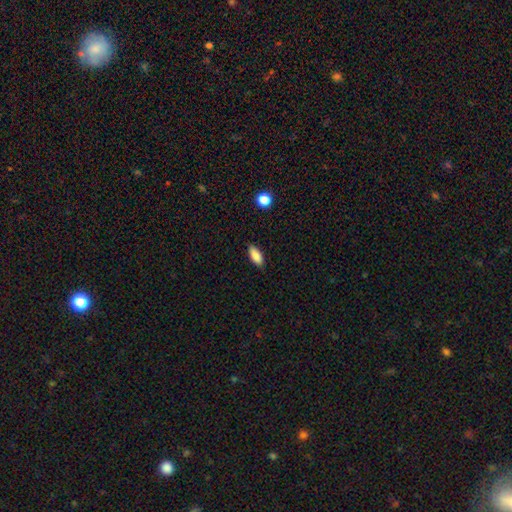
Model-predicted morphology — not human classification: A smooth galaxy with no disk features (87%) that is in between round and cigar-shaped (82%).

Vote fractions:
- Smooth or featured? smooth: 87% / star or artifact: 7% / featured or disk: 6%
- How rounded? in between: 82% / cigar-shaped: 16% / round: 2%
- Merging? none: 84% / minor disturbance: 13% / major disturbance: 2% / merger: 1%